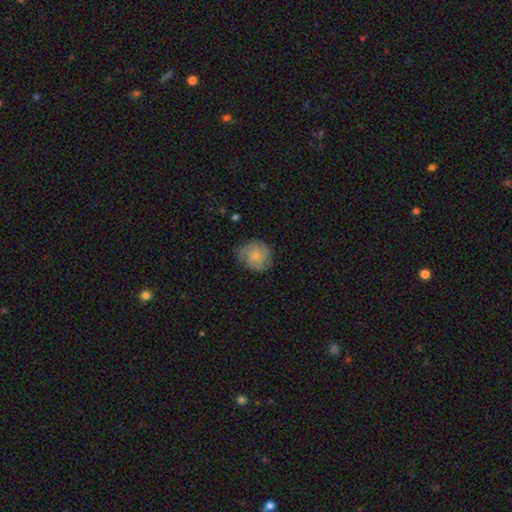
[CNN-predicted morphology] The model was most divided on "smooth or featured": featured or disk: 53%, smooth: 39%, star or artifact: 8%. More confident: edge-on disk — no (98%); spiral arms — yes (89%); bar — no (78%); merging — none (73%); bulge size — small (51%).